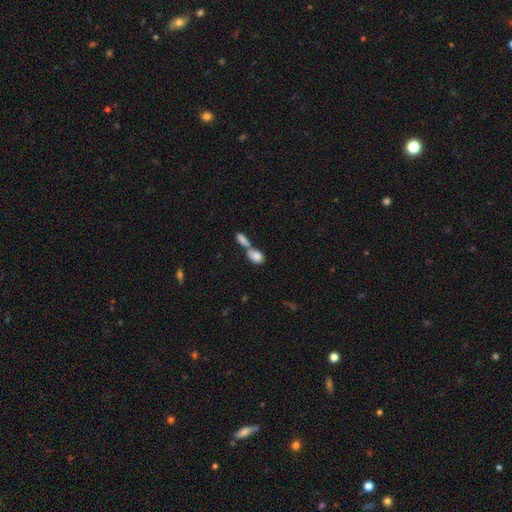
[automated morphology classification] Smooth or featured? Predicted: smooth (p=0.82). How rounded? Predicted: in between (p=0.75). Merging? Predicted: merger (p=0.69).